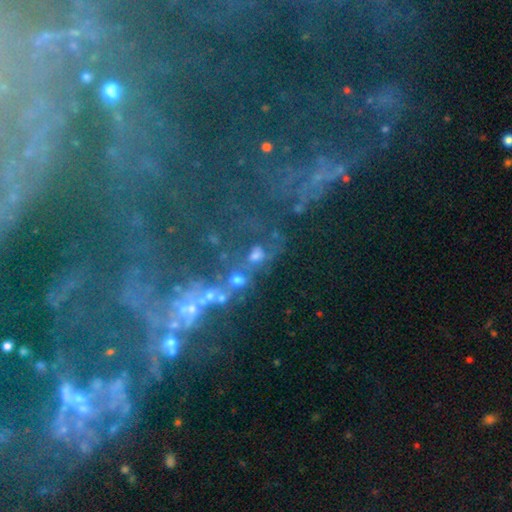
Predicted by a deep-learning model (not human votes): Smooth or featured: star or artifact — 37% (smooth — 33%)